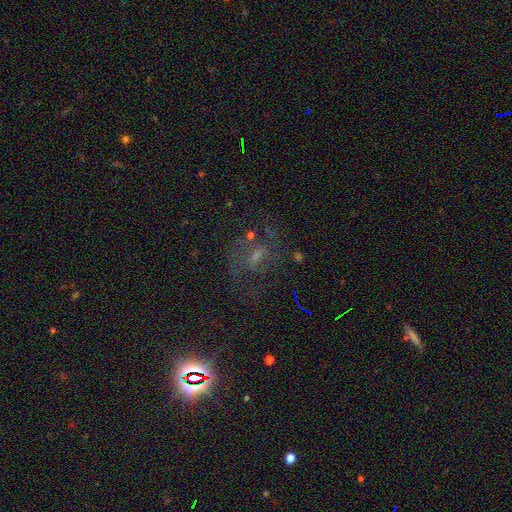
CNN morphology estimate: The model was most divided on "bulge size": small: 40%, moderate: 32%, none: 22%, large: 5%, dominant: 2%. Remaining: edge-on disk — no (95%); spiral arms — yes (79%); merging — none (60%); smooth or featured — featured or disk (56%); bar — weak (49%).